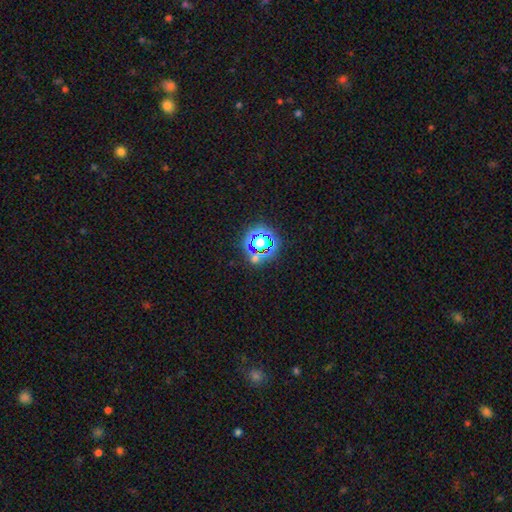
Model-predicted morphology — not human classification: A star or artifact, not a galaxy (73%).

Vote fractions:
- Smooth or featured? star or artifact: 73% / smooth: 19% / featured or disk: 9%